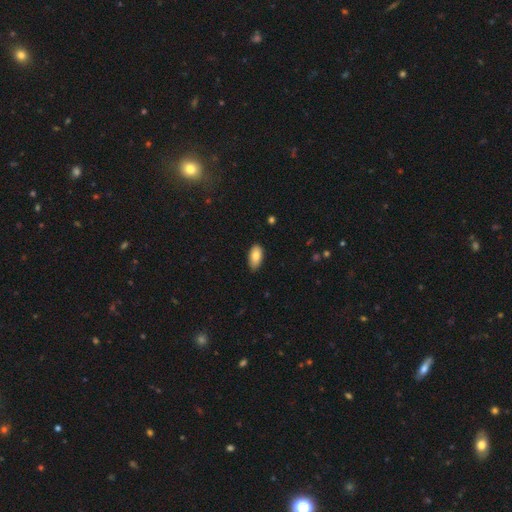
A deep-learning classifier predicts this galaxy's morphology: smooth-or-featured: smooth: 83% | featured or disk: 10% | star or artifact: 7%
  how-rounded: in between: 93% | cigar-shaped: 4% | round: 3%
  merging: none: 81% | minor disturbance: 16% | major disturbance: 2% | merger: 1%